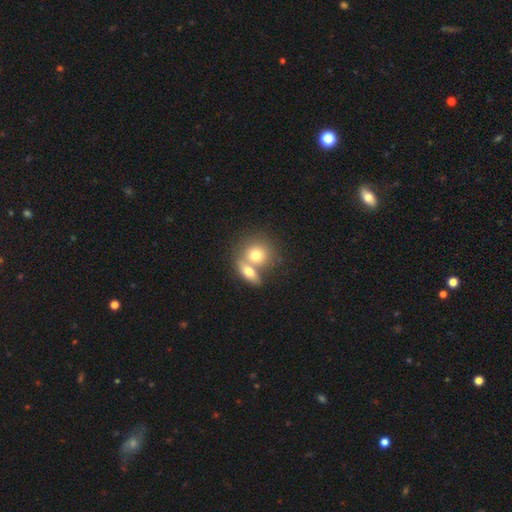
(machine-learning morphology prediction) Overall: smooth (73%). How rounded: round (67%; in between 31%). Merging: merger (59%; none 31%).